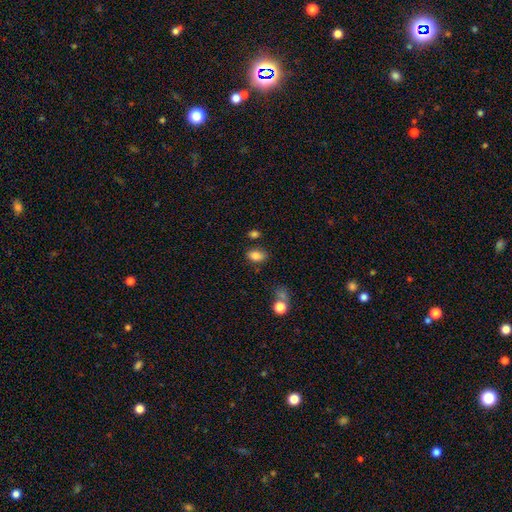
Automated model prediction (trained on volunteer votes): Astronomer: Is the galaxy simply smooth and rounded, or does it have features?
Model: smooth — 84%.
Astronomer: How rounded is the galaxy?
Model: in between — 85%.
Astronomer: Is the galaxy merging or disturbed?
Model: none — 72%.